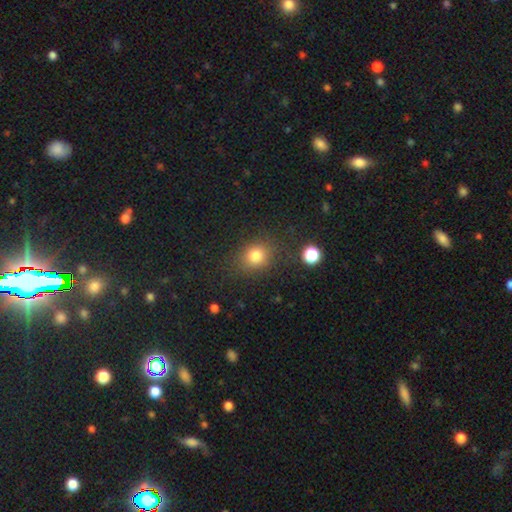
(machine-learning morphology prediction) Q: Smooth or featured?
A: smooth (79%); runner-up: star or artifact (14%)
Q: How rounded?
A: round (67%); runner-up: in between (32%)
Q: Merging?
A: none (81%); runner-up: minor disturbance (11%)